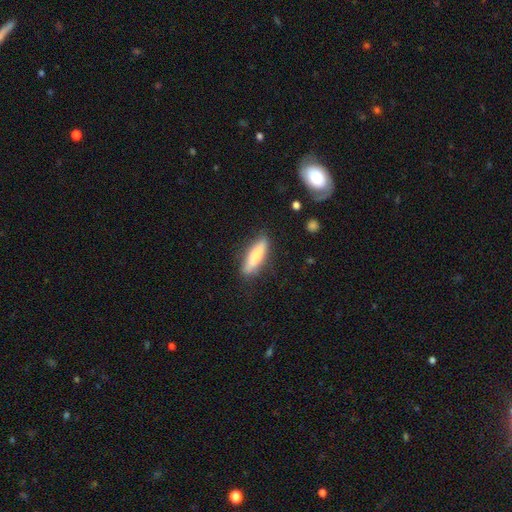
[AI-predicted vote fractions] Overall: smooth (70%). How rounded: cigar-shaped (69%; in between 29%). Merging: none (83%).